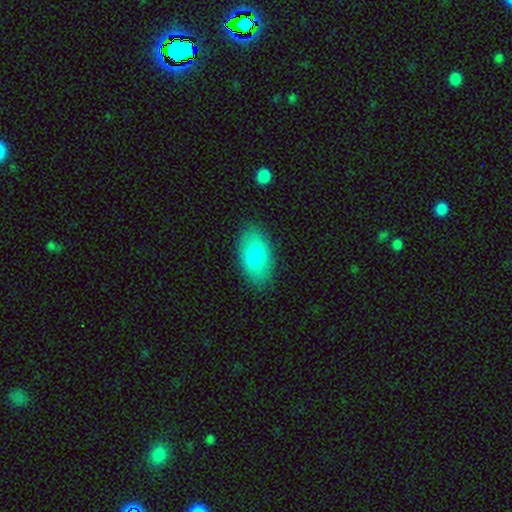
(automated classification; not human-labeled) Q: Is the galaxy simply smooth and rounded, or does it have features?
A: smooth — 79%.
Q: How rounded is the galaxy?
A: in between — 94%.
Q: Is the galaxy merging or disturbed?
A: none — 85%.